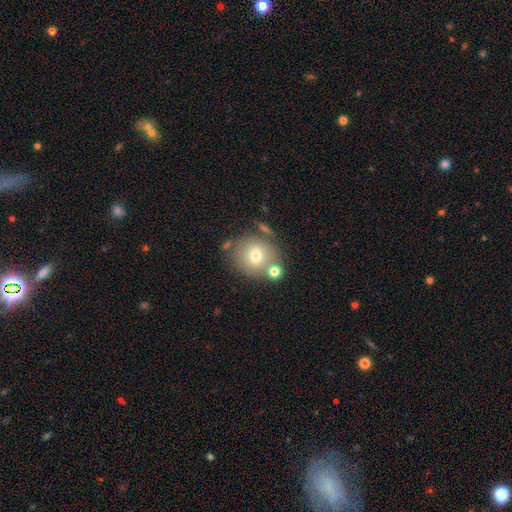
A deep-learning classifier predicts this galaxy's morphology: type=smooth (68%); roundness=round (84%); merging=none (66%).